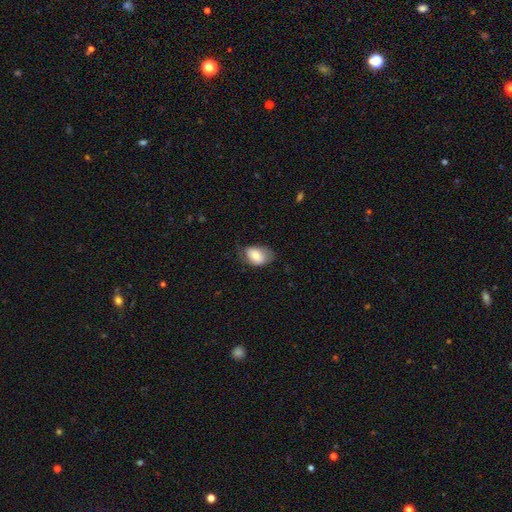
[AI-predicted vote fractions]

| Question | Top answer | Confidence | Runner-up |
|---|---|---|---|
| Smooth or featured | smooth | 70% | featured or disk (22%) |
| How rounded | in between | 81% | round (18%) |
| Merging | none | 58% | minor disturbance (29%) |